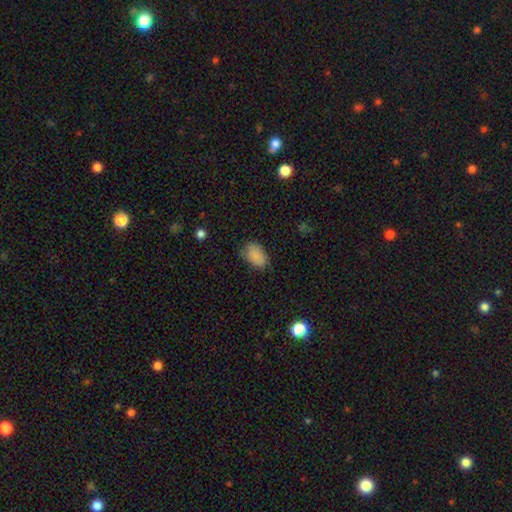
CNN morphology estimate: Smooth or featured: smooth — 86% (star or artifact — 8%)
How rounded: in between — 88% (round — 11%)
Merging: none — 73% (minor disturbance — 21%)